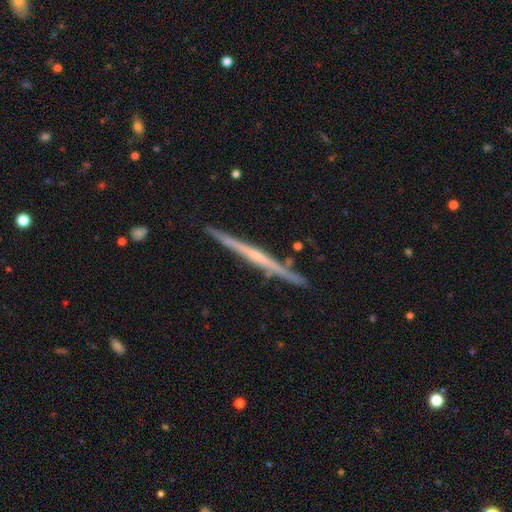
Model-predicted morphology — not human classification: Smooth or featured? featured or disk (71%)
Edge-on disk? yes (98%)
Edge-on bulge? none (68%)
Merging? none (87%)